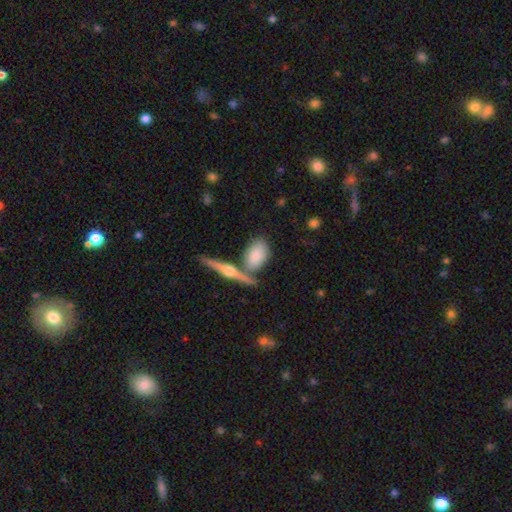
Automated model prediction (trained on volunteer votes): This is likely a smooth galaxy (72%). How rounded: clearly in between (83%). Merging: possibly none (57%).